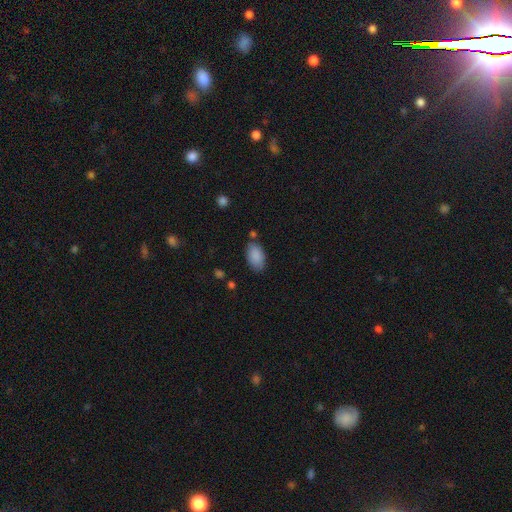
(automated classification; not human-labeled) A smooth galaxy with no disk features (89%) that is in between round and cigar-shaped (94%).

Vote fractions:
- Smooth or featured? smooth: 89% / star or artifact: 7% / featured or disk: 4%
- How rounded? in between: 94% / round: 4% / cigar-shaped: 2%
- Merging? none: 76% / minor disturbance: 16% / merger: 5% / major disturbance: 4%